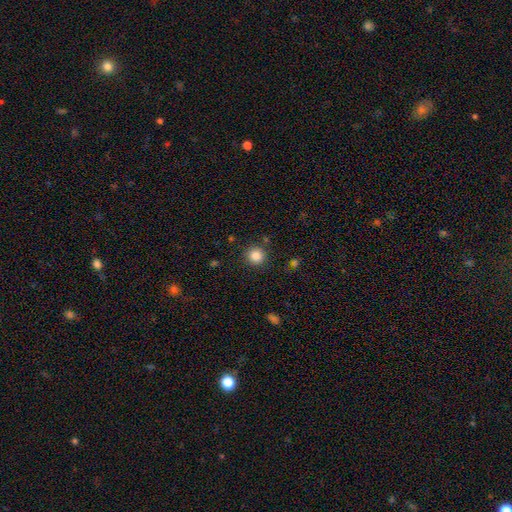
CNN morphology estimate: Smooth or featured: smooth — 85% (star or artifact — 11%)
How rounded: round — 94% (in between — 5%)
Merging: none — 88% (minor disturbance — 7%)